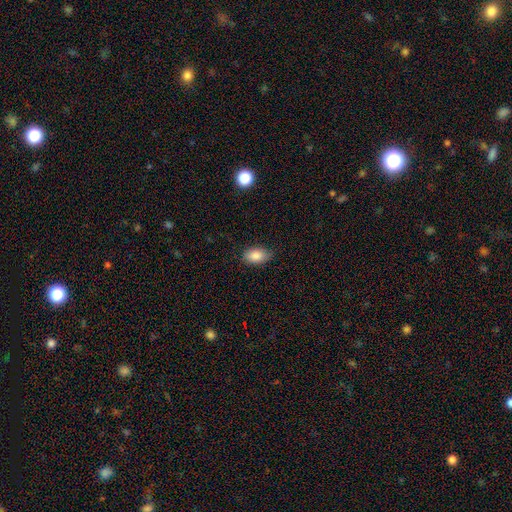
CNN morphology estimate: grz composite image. It shows a smooth galaxy with no disk features (86%) that is in between round and cigar-shaped (90%). Merging: none (82%).